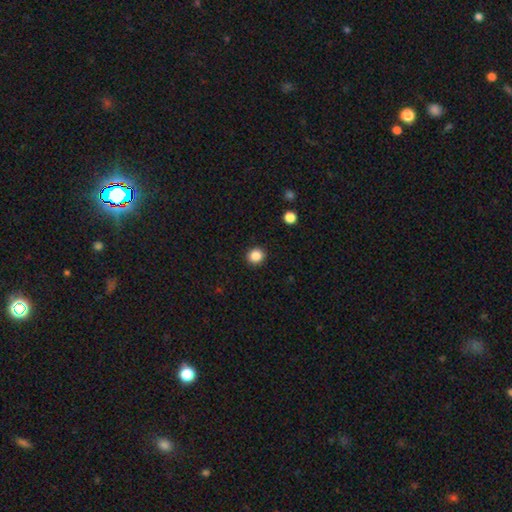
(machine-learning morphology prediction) The model was most divided on "smooth or featured": smooth: 86%, star or artifact: 11%, featured or disk: 3%. More confident: merging — none (92%); how rounded — round (88%).